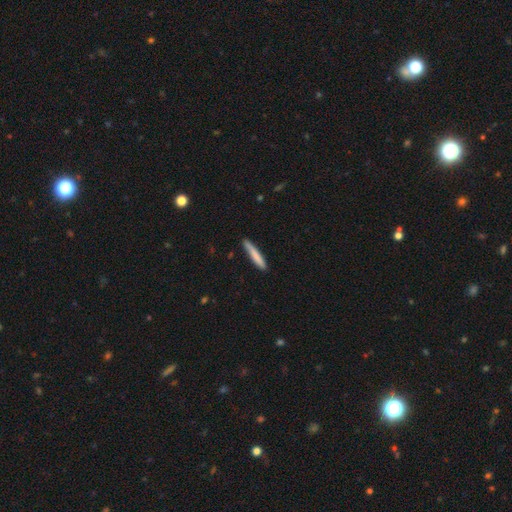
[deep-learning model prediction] Smooth or featured?
  - smooth: 79% *
  - featured or disk: 15%
  - star or artifact: 5%
How rounded?
  - cigar-shaped: 94% *
  - in between: 5%
  - round: 1%
Merging?
  - none: 83% *
  - minor disturbance: 14%
  - major disturbance: 2%
  - merger: 2%